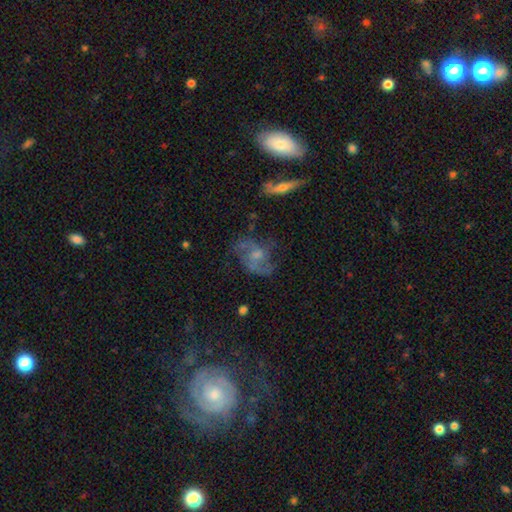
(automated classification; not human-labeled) The model was most divided on "spiral winding": loose: 44%, medium: 43%, tight: 13%. Remaining: edge-on disk — no (96%); spiral arms — yes (81%); spiral arm count — 2 (75%); smooth or featured — featured or disk (69%); merging — none (57%); bar — no (55%); bulge size — small (38%).